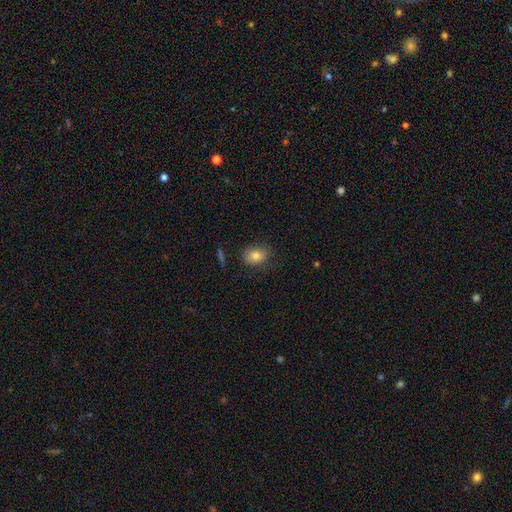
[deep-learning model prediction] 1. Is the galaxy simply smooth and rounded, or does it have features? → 83% smooth, 9% star or artifact, 8% featured or disk.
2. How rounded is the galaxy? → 69% in between, 30% round, 1% cigar-shaped.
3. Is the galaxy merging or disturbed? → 78% none, 16% minor disturbance, 4% major disturbance, 2% merger.